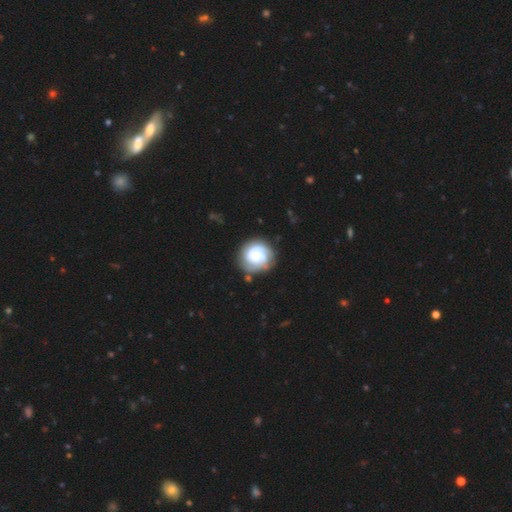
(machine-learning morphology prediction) The model was most divided on "bulge size": small: 45%, moderate: 40%, large: 10%, none: 3%, dominant: 2%. Remaining: edge-on disk — no (98%); spiral arms — yes (90%); bar — no (77%); merging — none (75%); spiral winding — tight (69%); smooth or featured — featured or disk (67%); spiral arm count — 2 (44%).